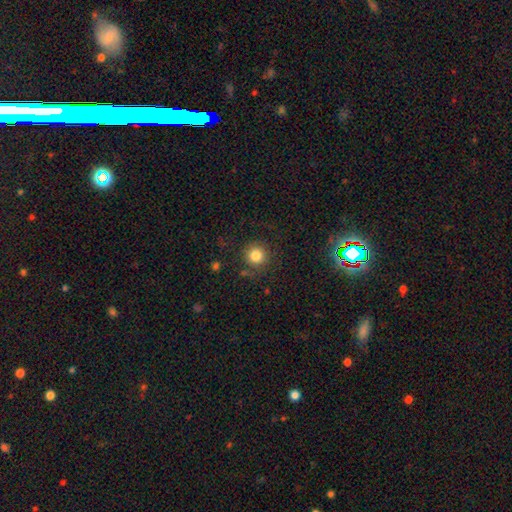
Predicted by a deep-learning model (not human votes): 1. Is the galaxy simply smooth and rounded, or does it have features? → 83% smooth, 11% star or artifact, 6% featured or disk.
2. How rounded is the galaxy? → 94% round, 5% in between, 1% cigar-shaped.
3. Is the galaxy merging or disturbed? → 86% none, 8% minor disturbance, 4% major disturbance, 3% merger.